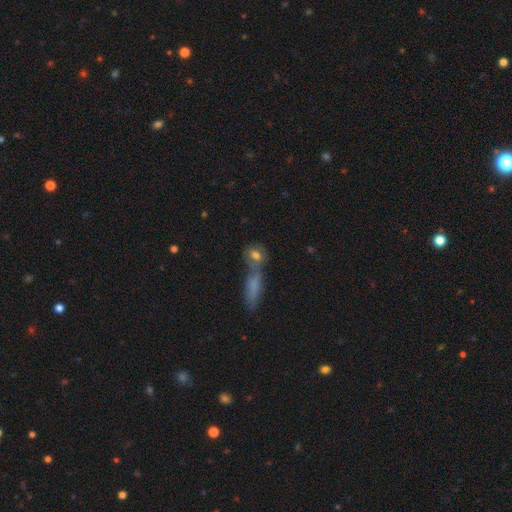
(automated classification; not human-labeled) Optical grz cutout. It shows a smooth galaxy with no disk features (75%) that is in between round and cigar-shaped (51%). Merging: none (44%).